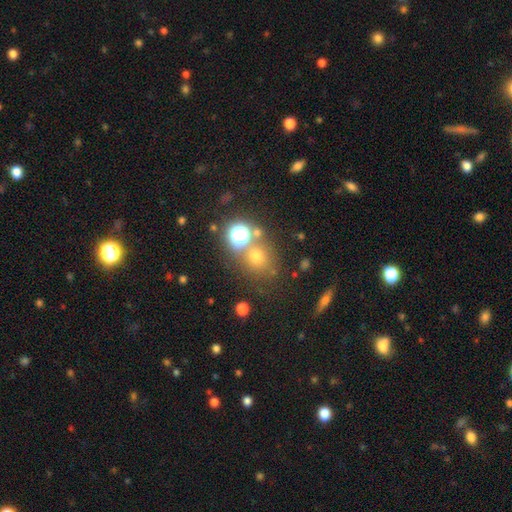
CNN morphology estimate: This appears to be a smooth galaxy with no disk features (56%) that is round (83%). Merging: none (69%).